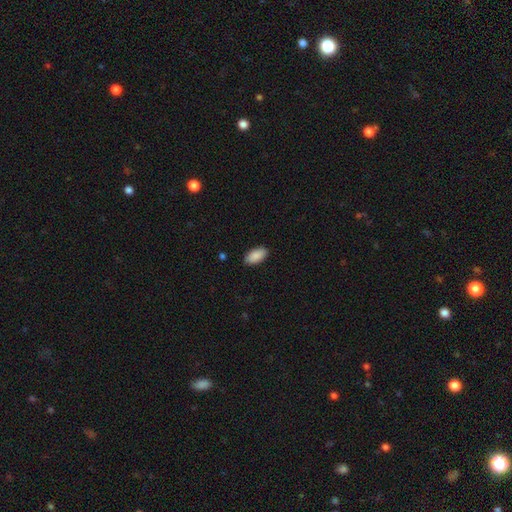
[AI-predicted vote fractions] Smooth or featured?
  - smooth: 90% *
  - star or artifact: 6%
  - featured or disk: 4%
How rounded?
  - in between: 94% *
  - cigar-shaped: 4%
  - round: 2%
Merging?
  - none: 88% *
  - minor disturbance: 9%
  - major disturbance: 2%
  - merger: 1%